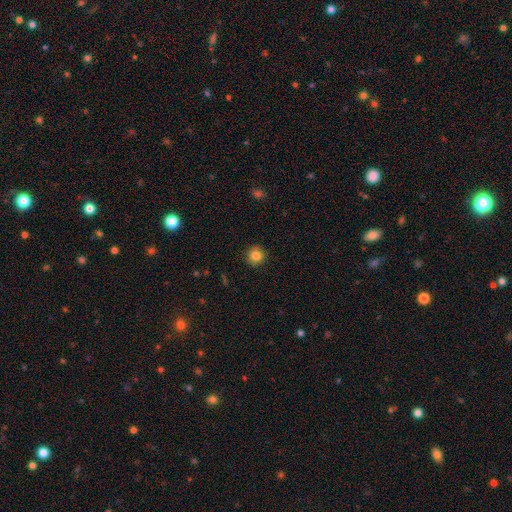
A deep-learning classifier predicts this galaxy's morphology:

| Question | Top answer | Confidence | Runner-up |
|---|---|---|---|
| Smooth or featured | smooth | 84% | star or artifact (11%) |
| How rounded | round | 94% | in between (5%) |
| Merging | none | 91% | minor disturbance (6%) |